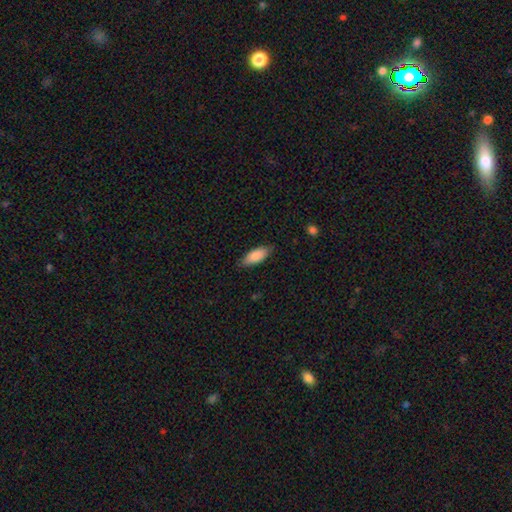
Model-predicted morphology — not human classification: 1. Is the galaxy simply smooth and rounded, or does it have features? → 85% smooth, 9% featured or disk, 6% star or artifact.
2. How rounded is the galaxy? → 79% in between, 19% cigar-shaped, 2% round.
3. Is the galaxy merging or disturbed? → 83% none, 14% minor disturbance, 2% major disturbance, 1% merger.